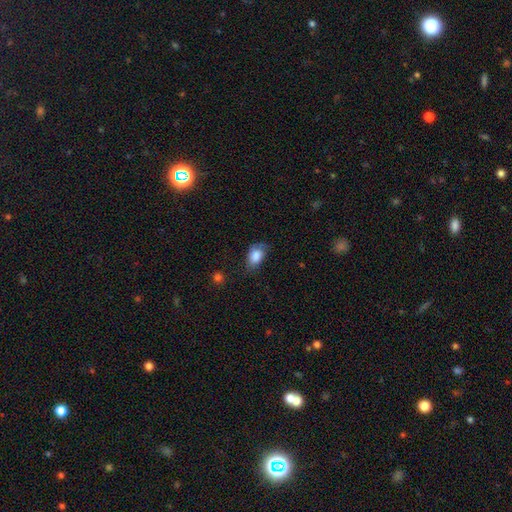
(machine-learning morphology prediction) Overall: smooth (80%). How rounded: in between (85%). Merging: none (48%; minor disturbance 35%).